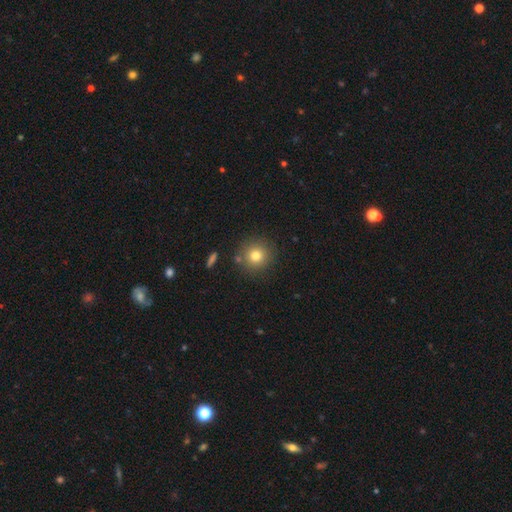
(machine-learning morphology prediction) Smooth or featured? Predicted: smooth (p=0.79). How rounded? Predicted: round (p=0.94). Merging? Predicted: none (p=0.84).